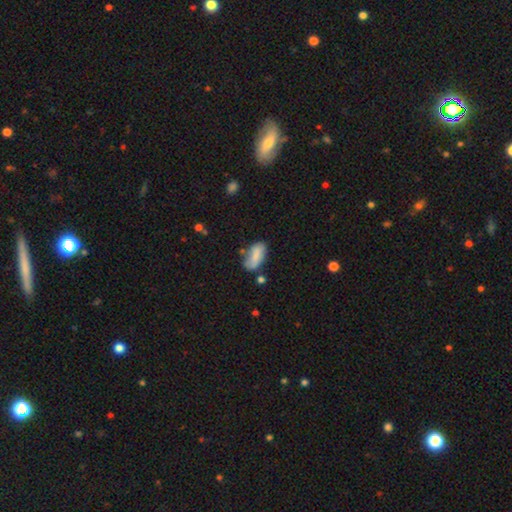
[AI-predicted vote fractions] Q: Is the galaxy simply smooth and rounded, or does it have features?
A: smooth — 74%.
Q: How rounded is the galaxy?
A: in between — 90%.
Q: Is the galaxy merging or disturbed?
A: none — 55%.